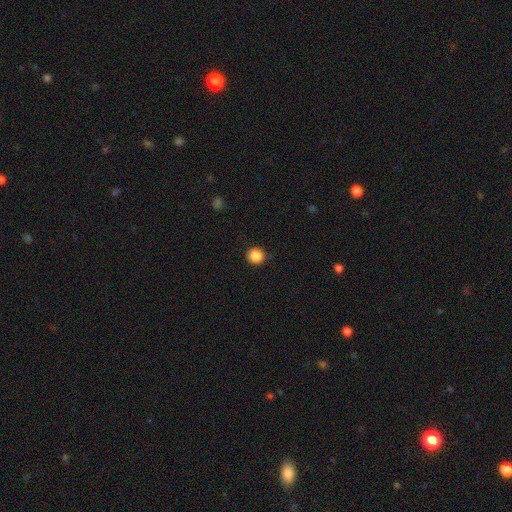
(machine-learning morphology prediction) A smooth galaxy with no disk features (88%) that is round (93%).

Vote fractions:
- Smooth or featured? smooth: 88% / star or artifact: 10% / featured or disk: 3%
- How rounded? round: 93% / in between: 6% / cigar-shaped: 1%
- Merging? none: 89% / minor disturbance: 8% / major disturbance: 2% / merger: 1%